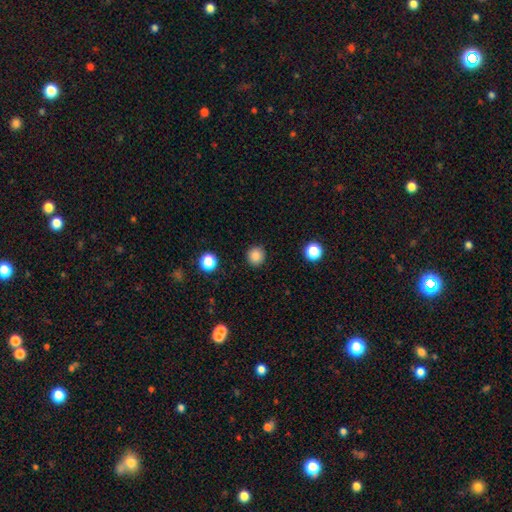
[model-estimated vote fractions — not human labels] A smooth galaxy with no disk features (86%) that is round (93%).

Vote fractions:
- Smooth or featured? smooth: 86% / star or artifact: 11% / featured or disk: 3%
- How rounded? round: 93% / in between: 6% / cigar-shaped: 1%
- Merging? none: 91% / minor disturbance: 6% / major disturbance: 2% / merger: 1%